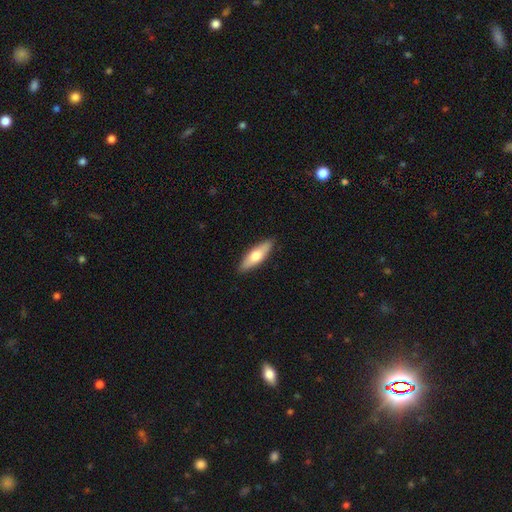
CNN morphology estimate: Overall: smooth (62%; featured or disk 33%). How rounded: cigar-shaped (52%; in between 46%). Merging: none (89%).